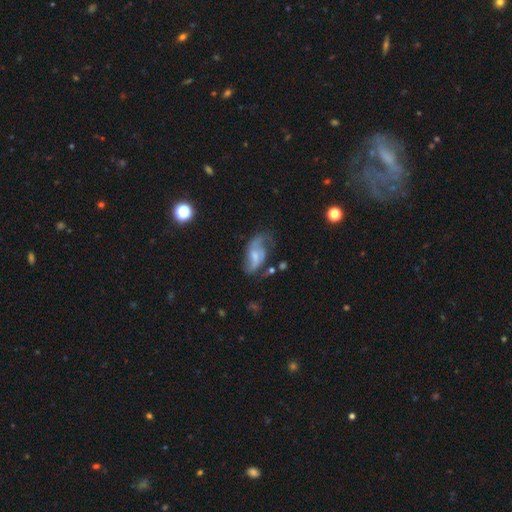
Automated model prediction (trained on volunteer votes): Overall: featured or disk (65%; smooth 26%). Edge-on disk: no (95%). Bar: weak (44%; no 43%). Spiral arms: yes (78%). Bulge size: small (40%; moderate 33%). Merging: none (37%; major disturbance 31%).